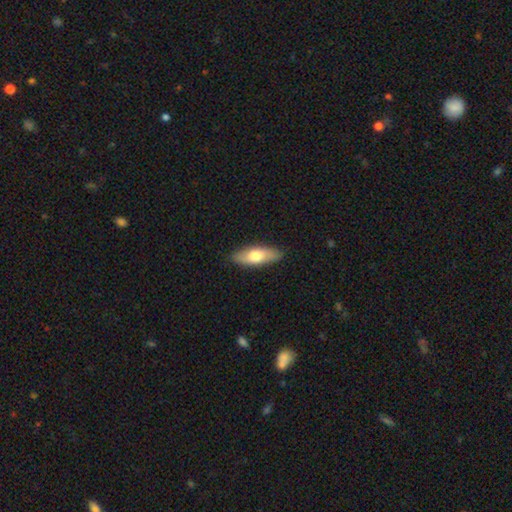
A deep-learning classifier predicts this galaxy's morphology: Smooth or featured? Predicted: smooth (p=0.65). How rounded? Predicted: in between (p=0.63). Merging? Predicted: none (p=0.87).